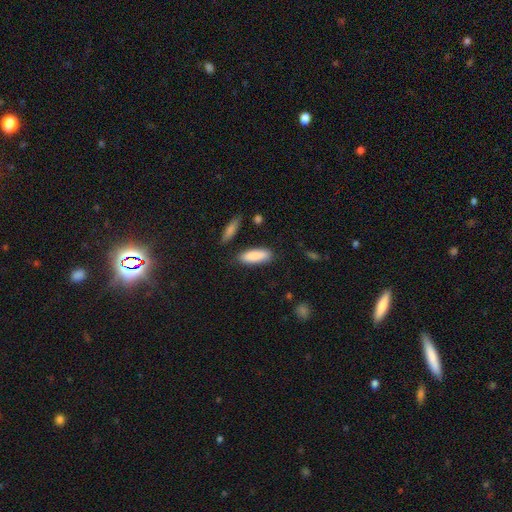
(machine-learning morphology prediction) type=smooth (87%); roundness=in between (61%); merging=none (81%).